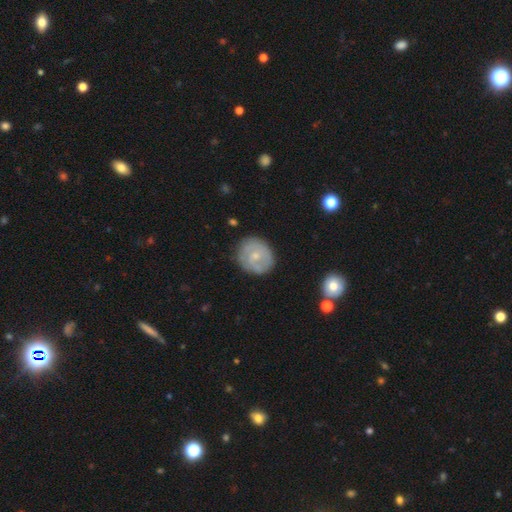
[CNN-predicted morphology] This is possibly a featured or disk galaxy (50%). Merging: likely none (76%).